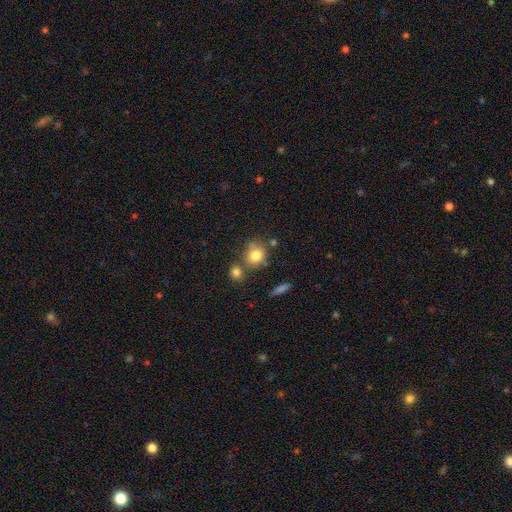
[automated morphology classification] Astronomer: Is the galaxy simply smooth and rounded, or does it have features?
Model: smooth — 79%.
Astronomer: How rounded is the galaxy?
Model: round — 71%.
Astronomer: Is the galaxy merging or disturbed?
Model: none — 58%.